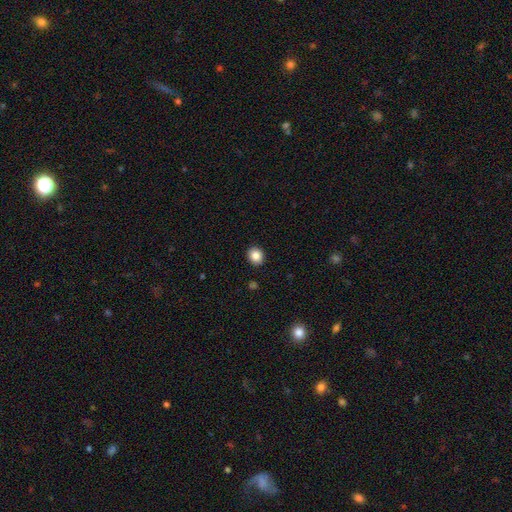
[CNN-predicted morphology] A smooth galaxy with no disk features (85%) that is round (71%). Merging: none (91%).